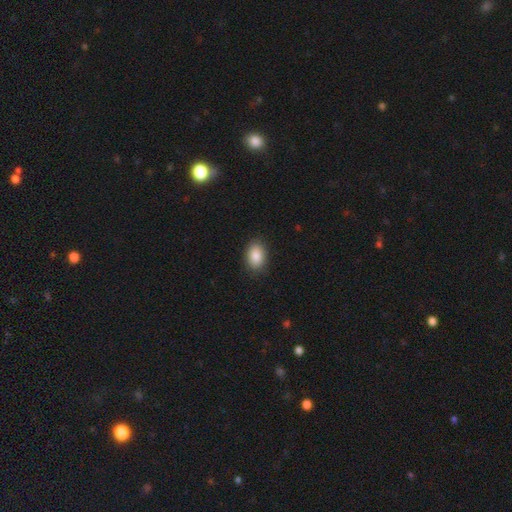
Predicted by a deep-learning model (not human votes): Overall: smooth (87%). How rounded: in between (85%). Merging: none (87%).